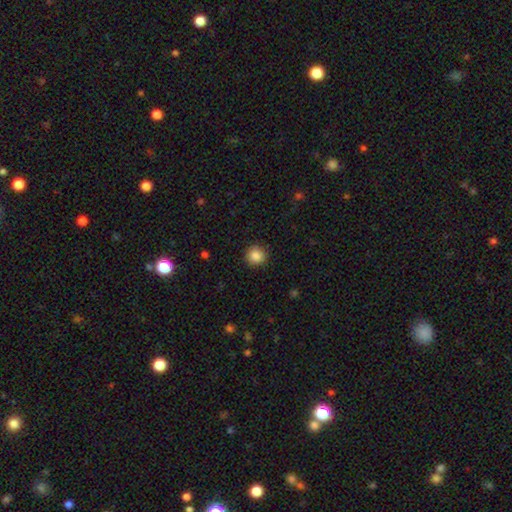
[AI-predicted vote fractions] smooth-or-featured: smooth: 86% | star or artifact: 10% | featured or disk: 4%
  how-rounded: round: 93% | in between: 6% | cigar-shaped: 1%
  merging: none: 91% | minor disturbance: 6% | major disturbance: 2% | merger: 1%